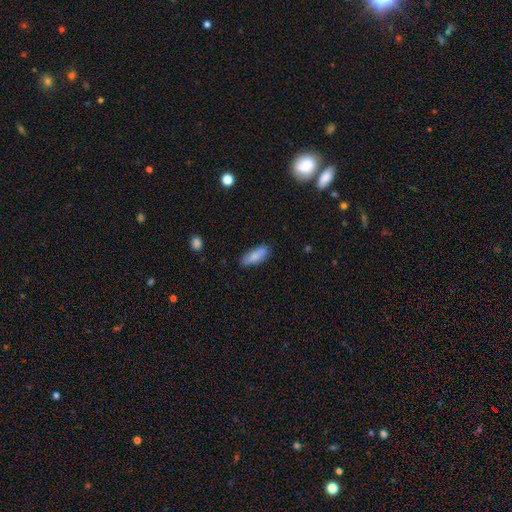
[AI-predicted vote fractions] A smooth galaxy with no disk features (78%) that is in between round and cigar-shaped (71%).

Vote fractions:
- Smooth or featured? smooth: 78% / featured or disk: 15% / star or artifact: 7%
- How rounded? in between: 71% / cigar-shaped: 27% / round: 2%
- Merging? none: 72% / minor disturbance: 19% / merger: 5% / major disturbance: 4%